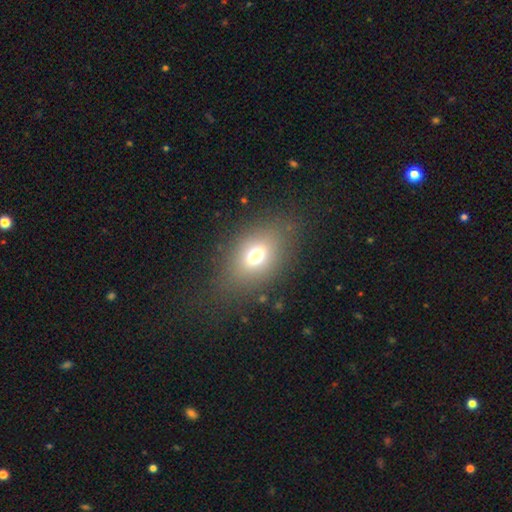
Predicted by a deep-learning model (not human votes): smooth-or-featured: smooth: 68% | featured or disk: 16% | star or artifact: 15%
  how-rounded: in between: 75% | round: 23% | cigar-shaped: 3%
  merging: none: 78% | minor disturbance: 12% | major disturbance: 8% | merger: 2%